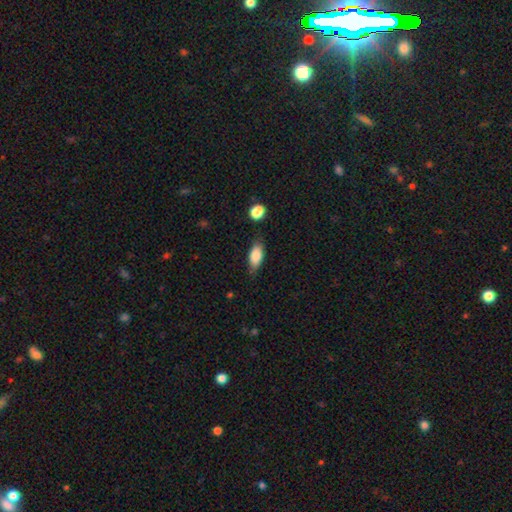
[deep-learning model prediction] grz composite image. It shows a smooth galaxy with no disk features (83%) that is in between round and cigar-shaped (84%). Merging: none (72%).